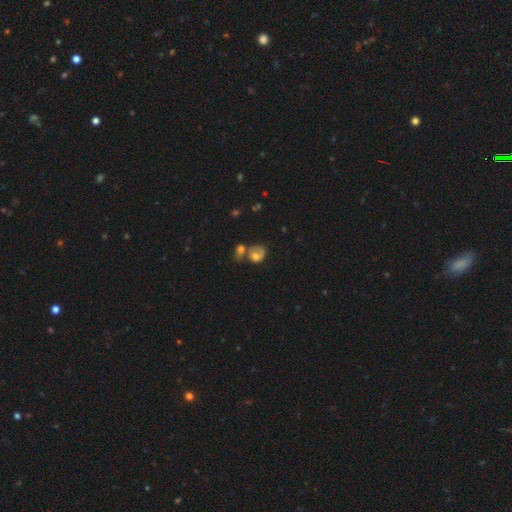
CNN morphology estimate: Smooth or featured: smooth — 59% (featured or disk — 31%)
How rounded: in between — 49% (tied with round — 49%)
Merging: merger — 46% (none — 26%)